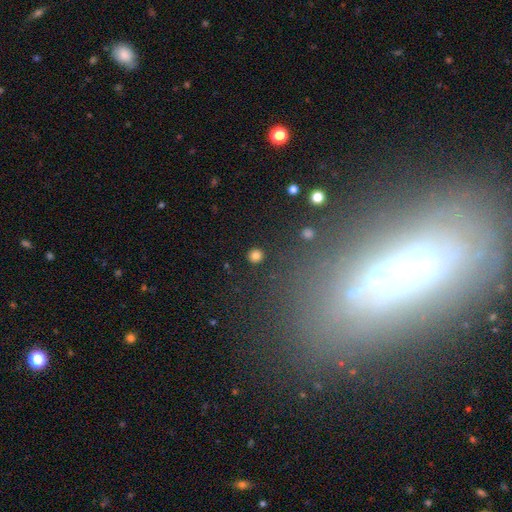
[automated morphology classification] Smooth or featured? Predicted: smooth (p=0.82). How rounded? Predicted: round (p=0.93). Merging? Predicted: none (p=0.91).